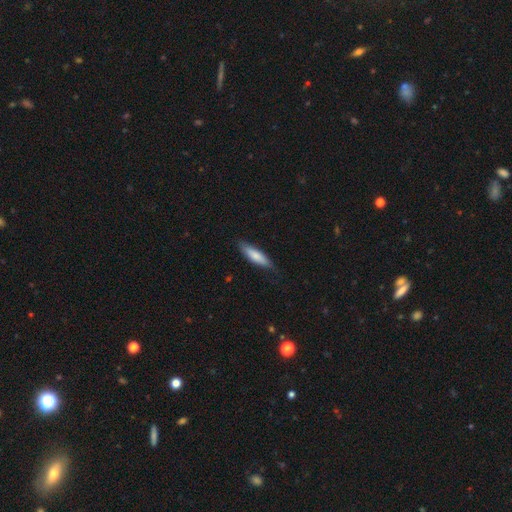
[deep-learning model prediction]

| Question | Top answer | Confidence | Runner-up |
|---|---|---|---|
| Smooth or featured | smooth | 76% | featured or disk (18%) |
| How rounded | cigar-shaped | 68% | in between (31%) |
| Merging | none | 80% | minor disturbance (16%) |